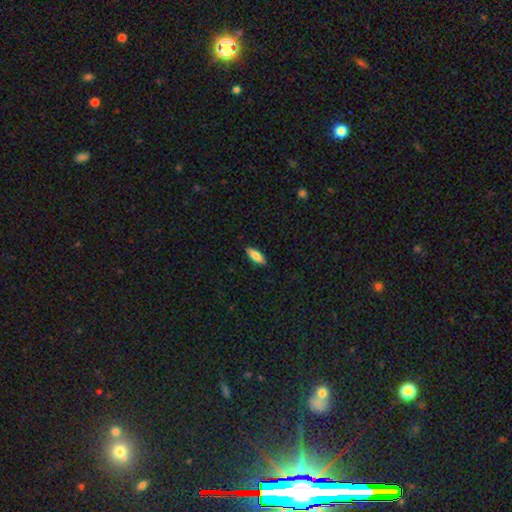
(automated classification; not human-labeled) Q: Smooth or featured?
A: smooth (72%); runner-up: featured or disk (21%)
Q: How rounded?
A: in between (62%); runner-up: cigar-shaped (36%)
Q: Merging?
A: none (89%); runner-up: minor disturbance (9%)